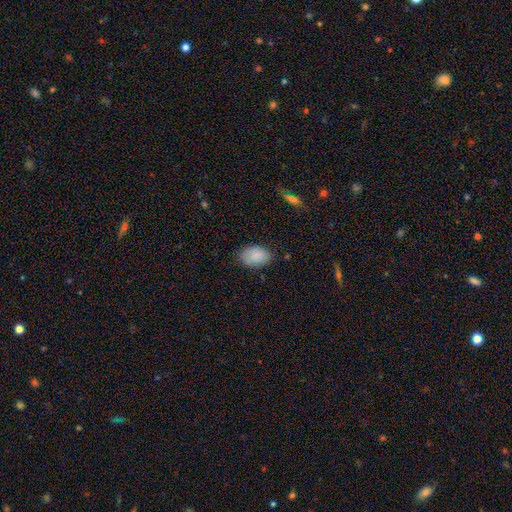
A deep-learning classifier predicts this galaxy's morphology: Smooth or featured?
  - smooth: 84% *
  - featured or disk: 9%
  - star or artifact: 7%
How rounded?
  - in between: 87% *
  - round: 12%
  - cigar-shaped: 1%
Merging?
  - none: 79% *
  - minor disturbance: 16%
  - major disturbance: 3%
  - merger: 1%